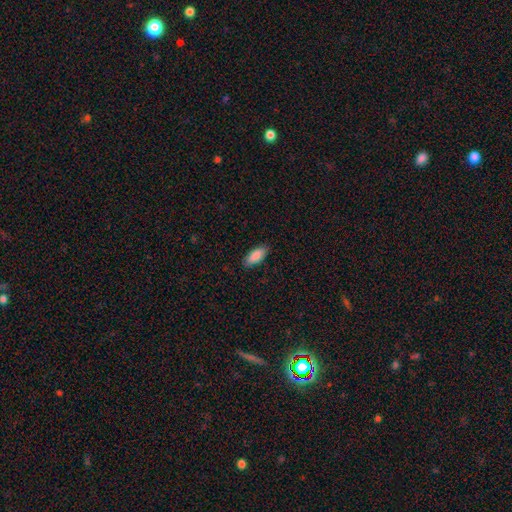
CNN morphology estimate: smooth-or-featured: smooth: 88% | star or artifact: 6% | featured or disk: 6%
  how-rounded: in between: 83% | cigar-shaped: 16% | round: 2%
  merging: none: 87% | minor disturbance: 10% | major disturbance: 2% | merger: 1%